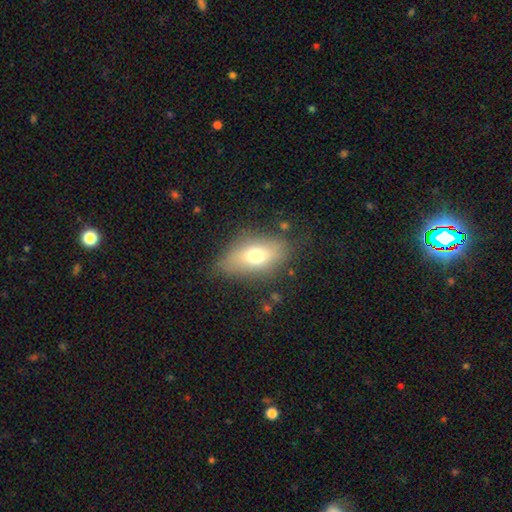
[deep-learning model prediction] Q: Smooth or featured?
A: smooth (67%); runner-up: featured or disk (23%)
Q: How rounded?
A: in between (83%); runner-up: round (10%)
Q: Merging?
A: none (75%); runner-up: minor disturbance (17%)